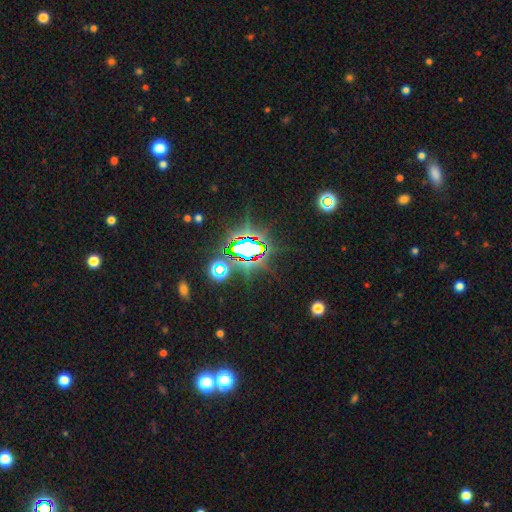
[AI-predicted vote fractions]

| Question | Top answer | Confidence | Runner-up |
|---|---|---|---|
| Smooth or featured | star or artifact | 77% | smooth (12%) |